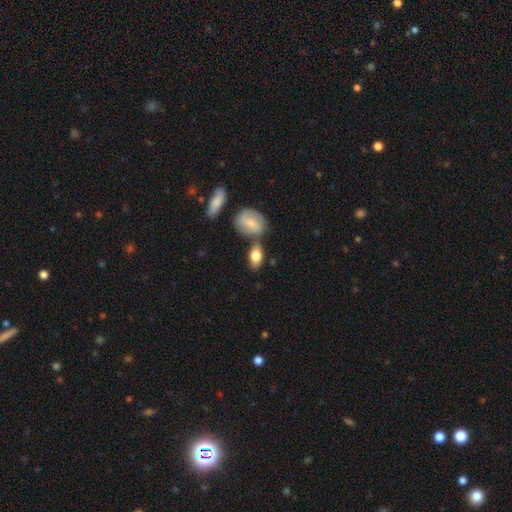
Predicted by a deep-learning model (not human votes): Smooth or featured: smooth — 77% (featured or disk — 16%)
How rounded: in between — 86% (round — 9%)
Merging: none — 59% (merger — 22%)